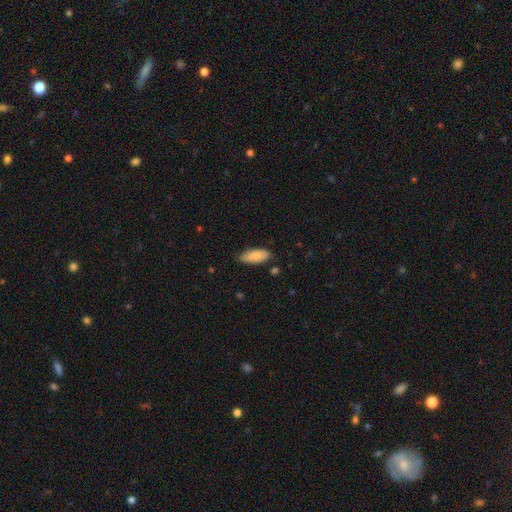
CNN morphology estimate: smooth 86%, featured or disk 8%, star or artifact 6%. Down the decision tree: how rounded — in between (82%); merging — none (82%).